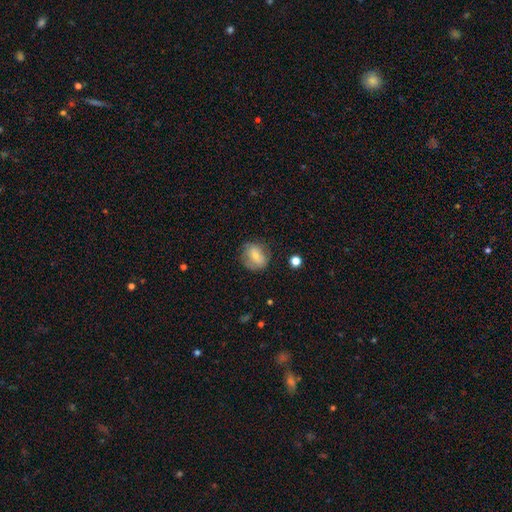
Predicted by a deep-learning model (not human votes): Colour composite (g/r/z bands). It shows a smooth galaxy with no disk features (59%) that is round (62%). Merging: none (69%).